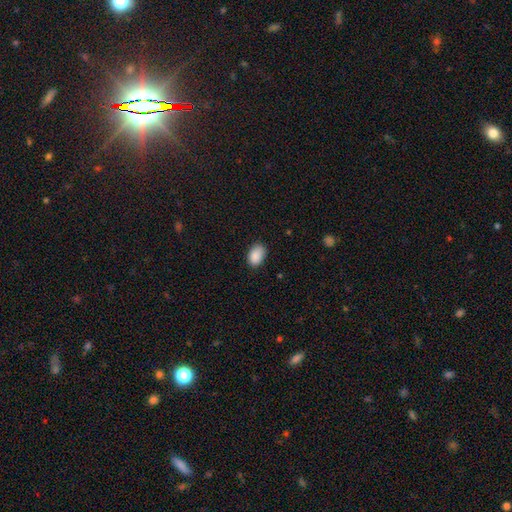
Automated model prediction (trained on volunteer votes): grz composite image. It shows a smooth galaxy with no disk features (89%) that is in between round and cigar-shaped (89%). Merging: none (80%).